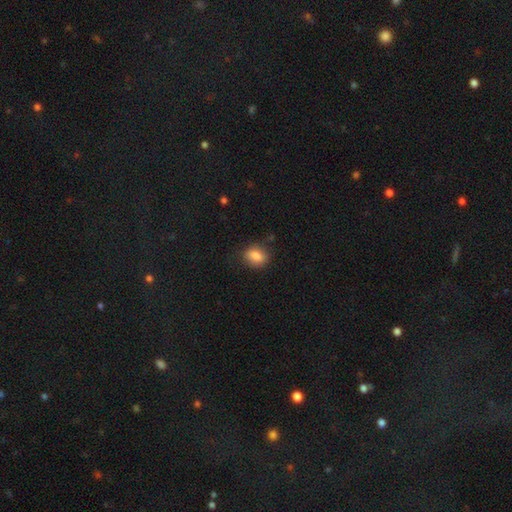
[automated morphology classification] smooth 85%, star or artifact 8%, featured or disk 6%. Down the decision tree: how rounded — in between (61%); merging — none (81%).